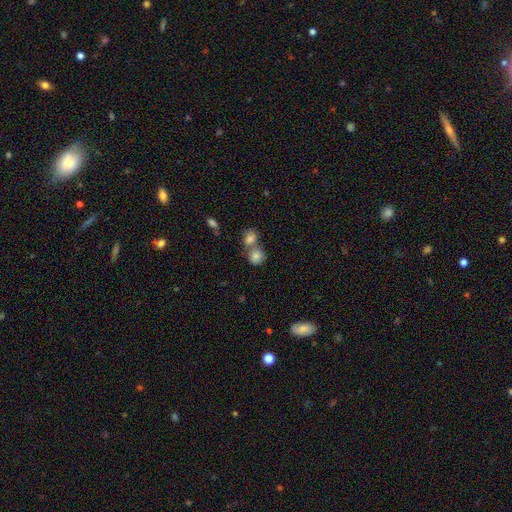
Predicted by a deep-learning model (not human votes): smooth-or-featured: smooth: 82% | featured or disk: 9% | star or artifact: 9%
  how-rounded: round: 76% | in between: 23% | cigar-shaped: 1%
  merging: merger: 53% | none: 37% | minor disturbance: 7% | major disturbance: 3%